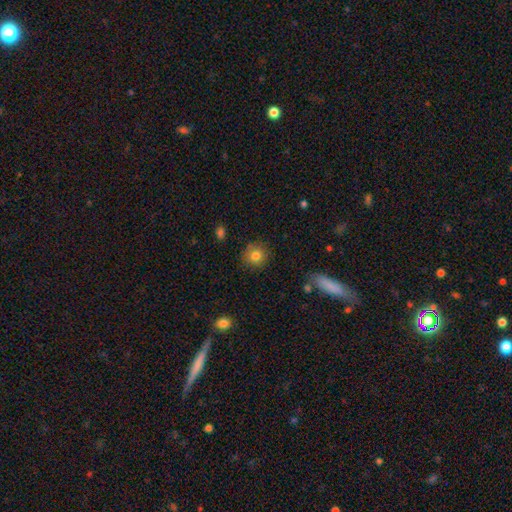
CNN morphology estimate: Smooth or featured? smooth (81%)
How rounded? round (90%)
Merging? none (84%)